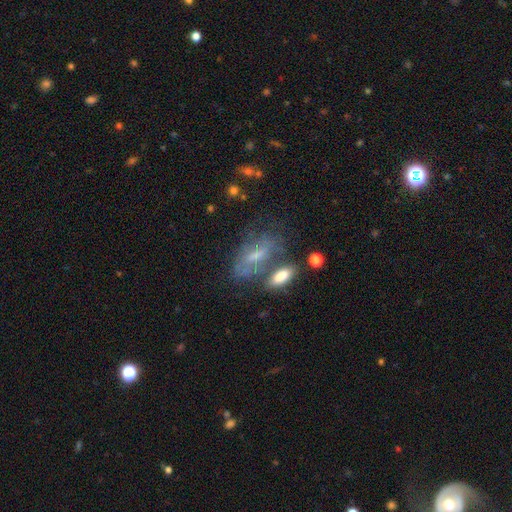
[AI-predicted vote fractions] This appears to be a featured or disk galaxy (46%). Merging: none (45%).